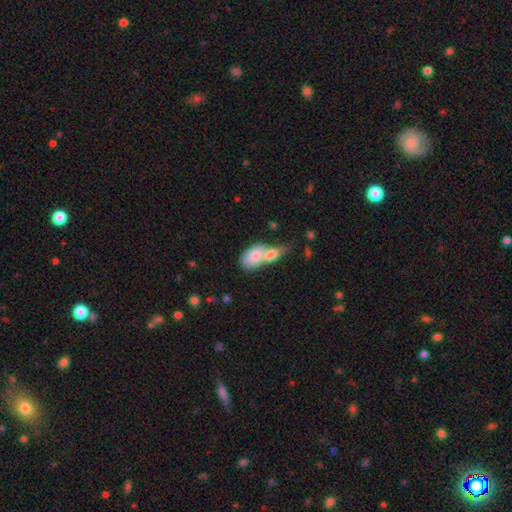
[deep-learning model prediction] Overall: smooth (75%). How rounded: in between (84%). Merging: merger (73%).